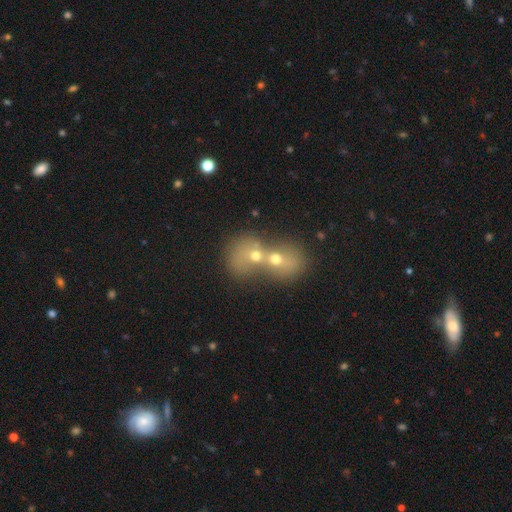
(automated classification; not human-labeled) Smooth or featured? smooth (58%)
How rounded? round (61%)
Merging? merger (80%)